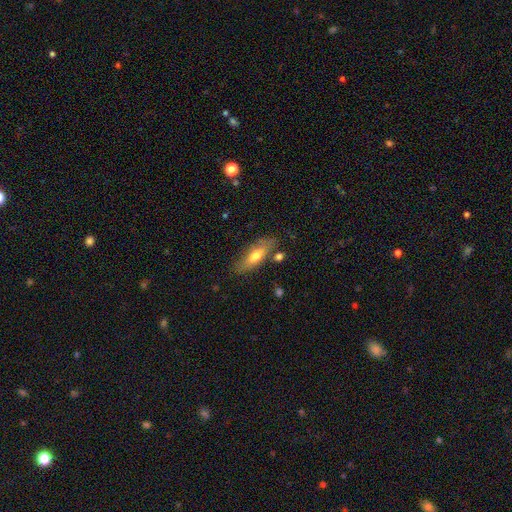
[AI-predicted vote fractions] A smooth galaxy with no disk features (59%) that is in between round and cigar-shaped (59%).

Vote fractions:
- Smooth or featured? smooth: 59% / featured or disk: 35% / star or artifact: 6%
- How rounded? in between: 59% / cigar-shaped: 38% / round: 3%
- Merging? none: 74% / minor disturbance: 17% / merger: 5% / major disturbance: 4%